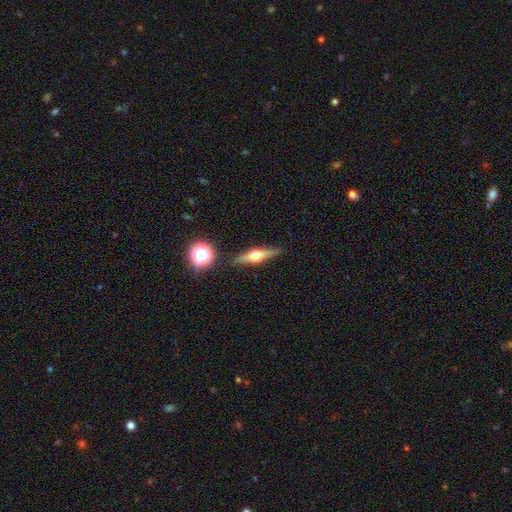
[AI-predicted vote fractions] Smooth or featured?
  - featured or disk: 62% *
  - smooth: 29%
  - star or artifact: 8%
Edge-on disk?
  - yes: 95% *
  - no: 5%
Edge-on bulge?
  - rounded: 93% *
  - boxy: 5%
  - none: 2%
Merging?
  - none: 87% *
  - minor disturbance: 8%
  - merger: 2%
  - major disturbance: 2%